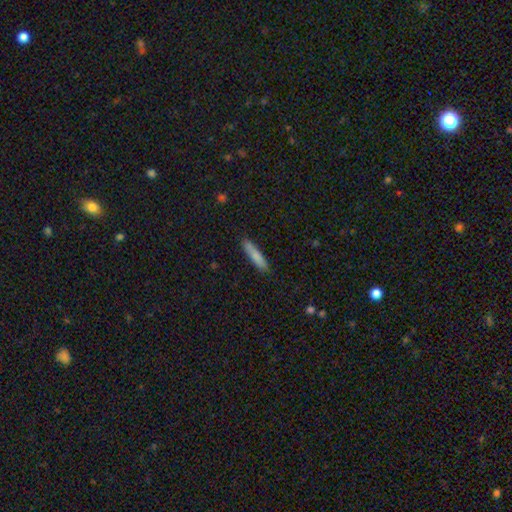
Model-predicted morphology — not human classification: smooth 82%, featured or disk 12%, star or artifact 6%. Down the decision tree: how rounded — cigar-shaped (86%); merging — none (87%).